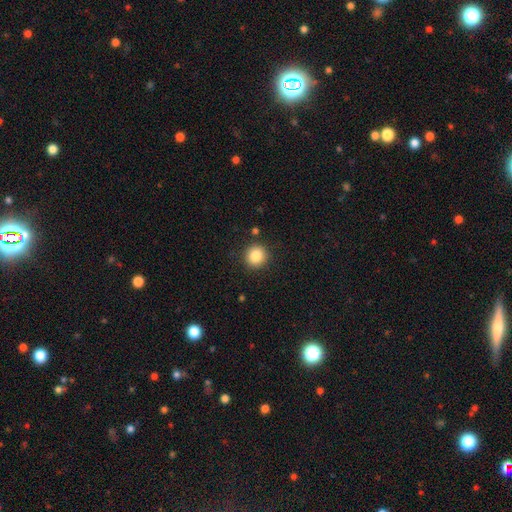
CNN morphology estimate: Smooth or featured? Predicted: smooth (p=0.85). How rounded? Predicted: round (p=0.91). Merging? Predicted: none (p=0.89).